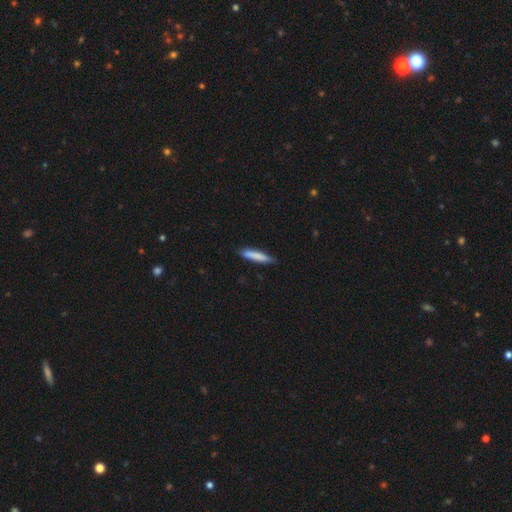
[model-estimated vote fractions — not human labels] This is clearly a smooth galaxy (80%). How rounded: clearly cigar-shaped (91%). Merging: clearly none (84%).